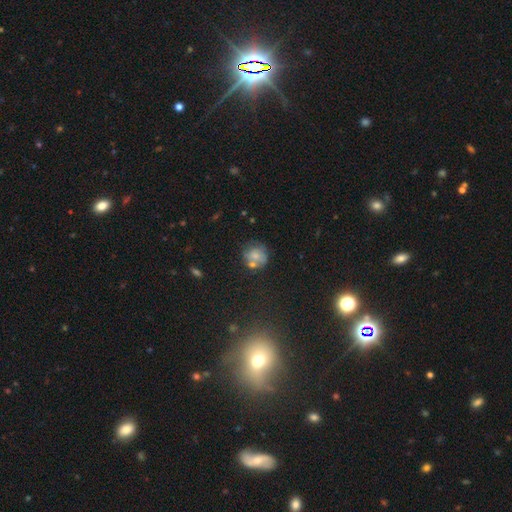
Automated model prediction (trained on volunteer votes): smooth-or-featured: smooth: 59% | featured or disk: 28% | star or artifact: 13%
  how-rounded: round: 81% | in between: 18% | cigar-shaped: 1%
  merging: none: 51% | minor disturbance: 22% | merger: 18% | major disturbance: 9%